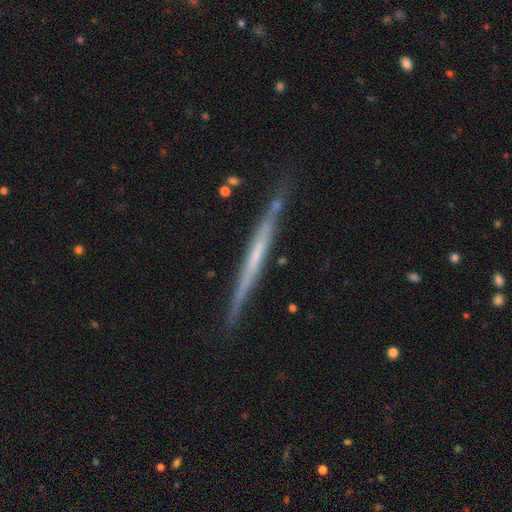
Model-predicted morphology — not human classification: Smooth or featured? featured or disk (65%)
Edge-on disk? yes (96%)
Edge-on bulge? none (84%)
Merging? none (84%)